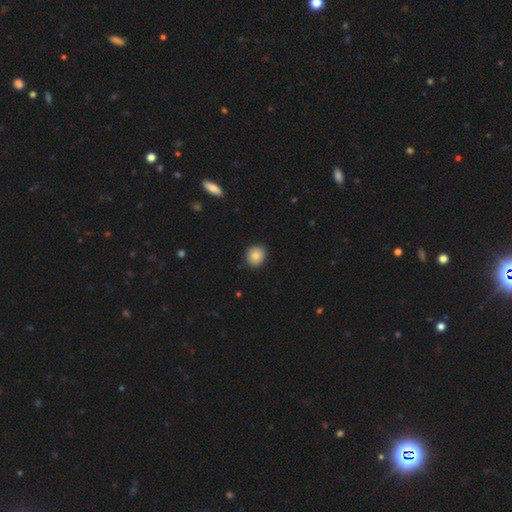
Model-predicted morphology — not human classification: The model was most divided on "how rounded": round: 78%, in between: 21%, cigar-shaped: 1%. More confident: merging — none (90%); smooth or featured — smooth (87%).